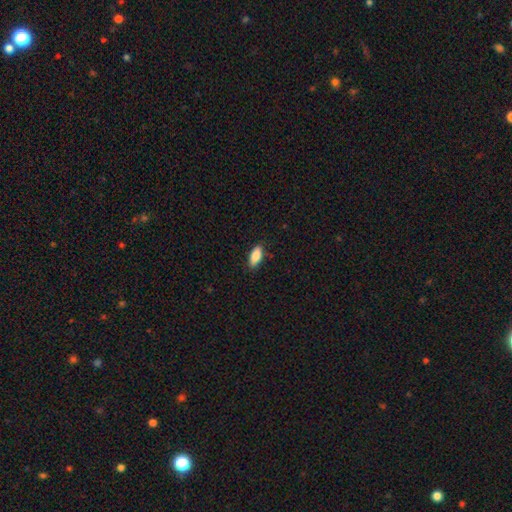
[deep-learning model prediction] smooth-or-featured: smooth: 88% | star or artifact: 6% | featured or disk: 6%
  how-rounded: in between: 84% | cigar-shaped: 14% | round: 2%
  merging: none: 86% | minor disturbance: 11% | major disturbance: 2% | merger: 1%